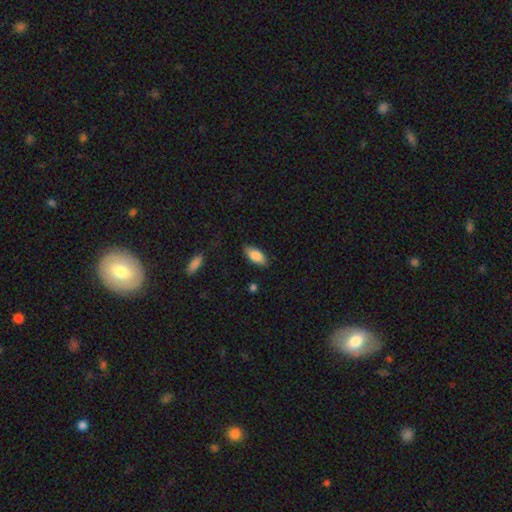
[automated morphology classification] type=smooth (84%); roundness=in between (88%); merging=none (82%).